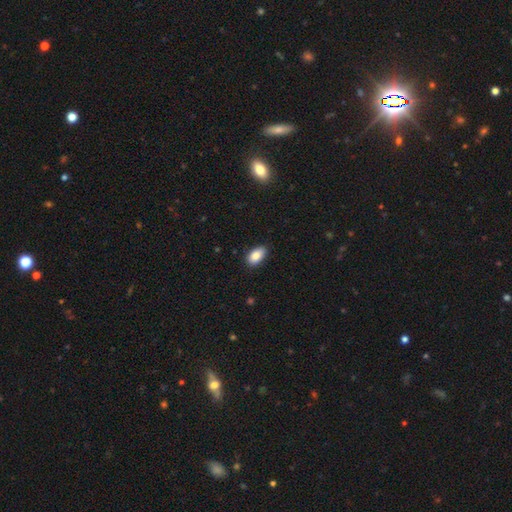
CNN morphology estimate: smooth_or_featured: smooth (p=0.85) [alt: star or artifact p=0.08]
how_rounded: in between (p=0.93) [alt: round p=0.05]
merging: none (p=0.85) [alt: minor disturbance p=0.12]